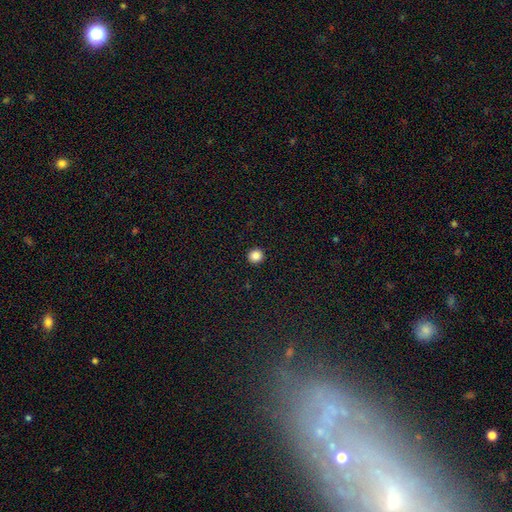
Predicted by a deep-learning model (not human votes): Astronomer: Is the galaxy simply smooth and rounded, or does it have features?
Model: smooth — 87%.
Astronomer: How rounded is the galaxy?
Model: round — 94%.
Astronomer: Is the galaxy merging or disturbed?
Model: none — 94%.